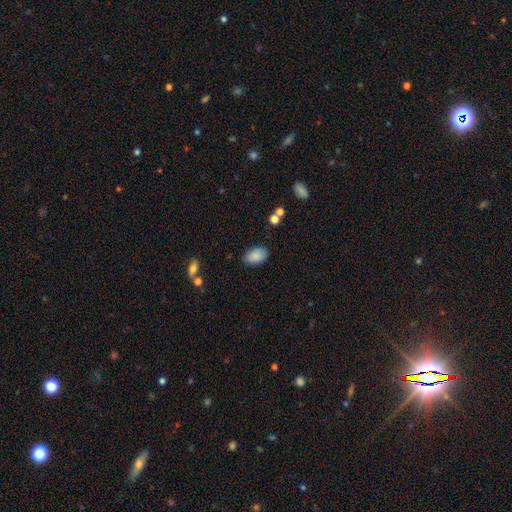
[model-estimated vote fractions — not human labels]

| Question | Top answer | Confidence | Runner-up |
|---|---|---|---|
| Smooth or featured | smooth | 86% | star or artifact (8%) |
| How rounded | in between | 92% | round (6%) |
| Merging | none | 83% | minor disturbance (13%) |